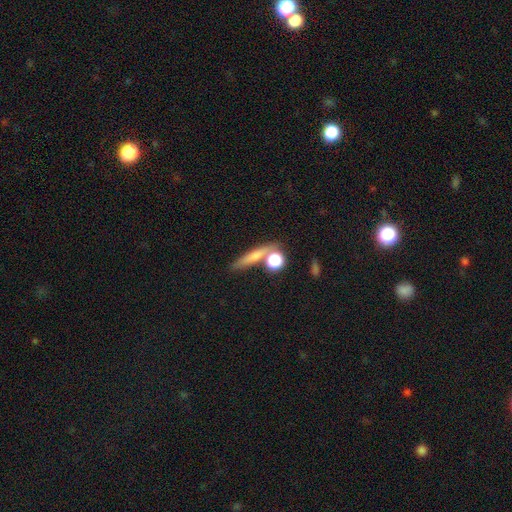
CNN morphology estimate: Overall: smooth (64%). How rounded: cigar-shaped (63%). Merging: none (67%).